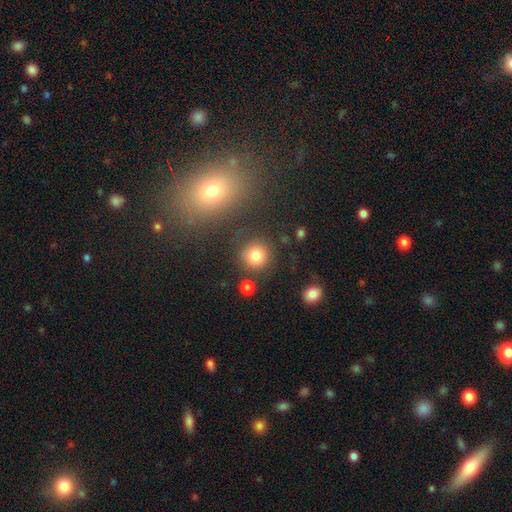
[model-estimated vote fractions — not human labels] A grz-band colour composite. It shows a smooth galaxy with no disk features (81%) that is round (90%). Merging: none (80%).